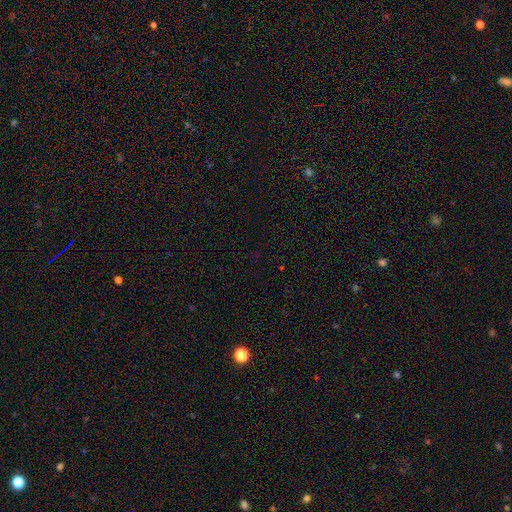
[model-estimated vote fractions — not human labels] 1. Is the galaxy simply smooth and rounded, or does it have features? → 69% star or artifact, 24% smooth, 7% featured or disk.